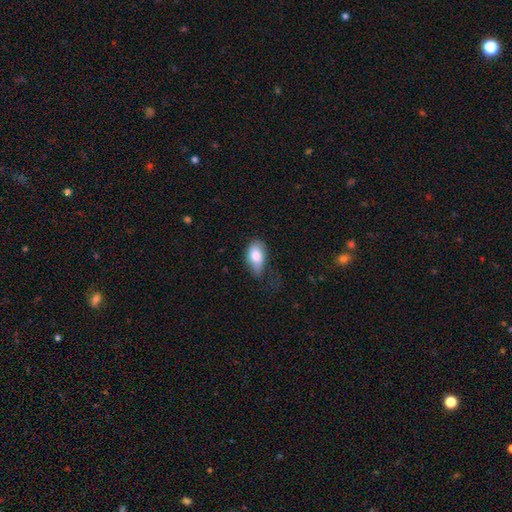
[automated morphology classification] A smooth galaxy with no disk features (81%) that is in between round and cigar-shaped (91%).

Vote fractions:
- Smooth or featured? smooth: 81% / featured or disk: 12% / star or artifact: 7%
- How rounded? in between: 91% / round: 7% / cigar-shaped: 2%
- Merging? minor disturbance: 40% / none: 39% / major disturbance: 19% / merger: 2%